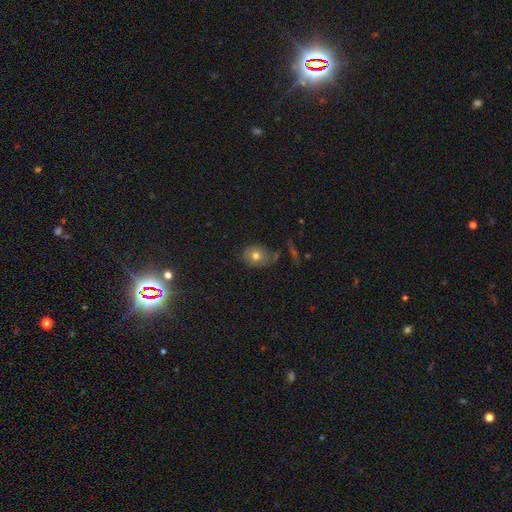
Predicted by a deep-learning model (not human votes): This is likely a smooth galaxy (71%). How rounded: possibly in between (51%). Merging: likely none (65%).